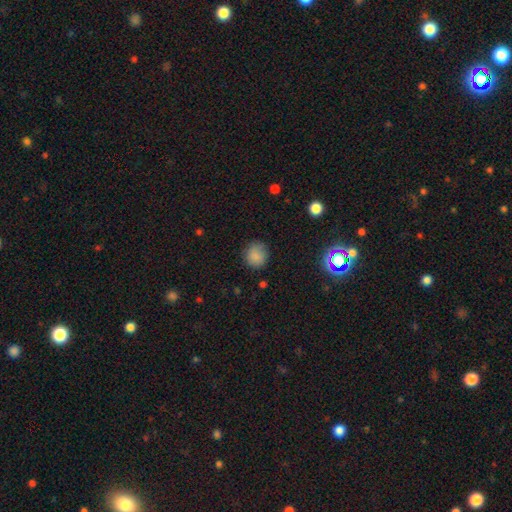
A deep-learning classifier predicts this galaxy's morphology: smooth_or_featured: smooth (p=0.83) [alt: star or artifact p=0.12]
how_rounded: round (p=0.82) [alt: in between p=0.17]
merging: none (p=0.81) [alt: minor disturbance p=0.14]